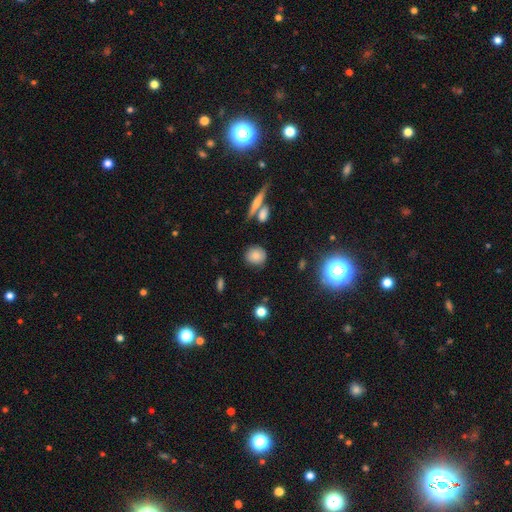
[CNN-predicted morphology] A smooth galaxy with no disk features (79%) that is round (78%). Merging: none (82%).